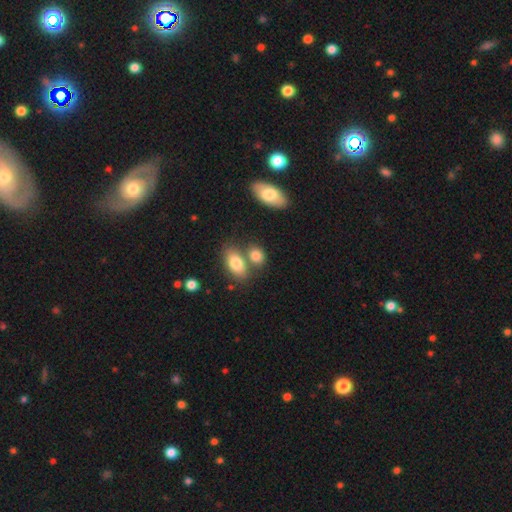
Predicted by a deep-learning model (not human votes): A smooth galaxy with no disk features (82%) that is in between round and cigar-shaped (73%). Merging: none (53%).